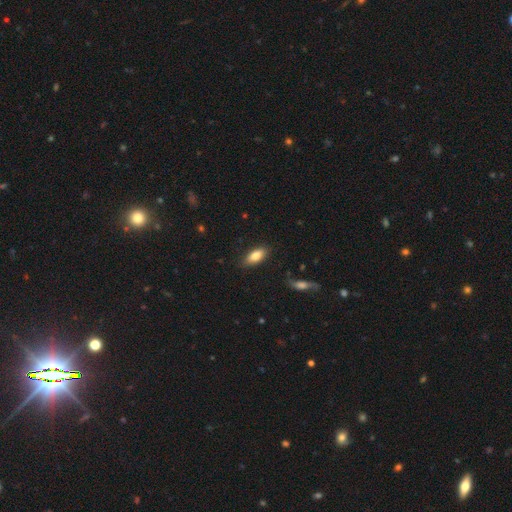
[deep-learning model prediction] Smooth or featured?
  - smooth: 81% *
  - featured or disk: 12%
  - star or artifact: 7%
How rounded?
  - in between: 83% *
  - cigar-shaped: 14%
  - round: 3%
Merging?
  - none: 85% *
  - minor disturbance: 11%
  - major disturbance: 3%
  - merger: 1%